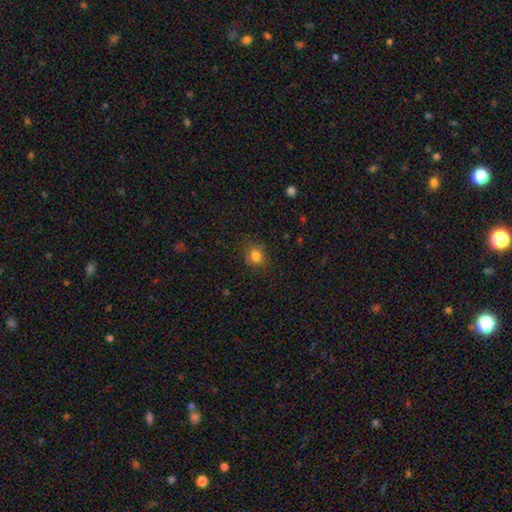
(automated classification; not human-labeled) smooth-or-featured: smooth: 81% | star or artifact: 13% | featured or disk: 6%
  how-rounded: round: 71% | in between: 28% | cigar-shaped: 1%
  merging: none: 82% | minor disturbance: 13% | major disturbance: 4% | merger: 1%